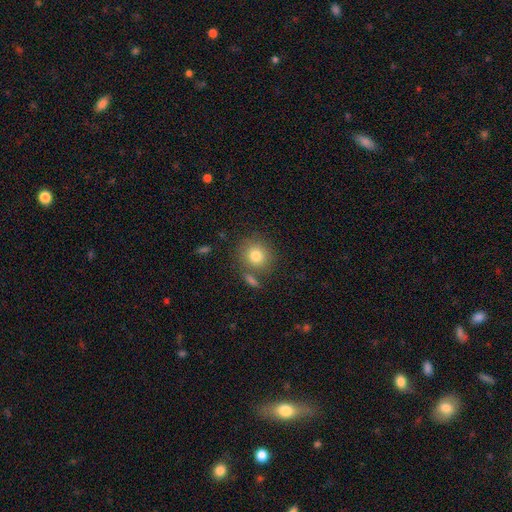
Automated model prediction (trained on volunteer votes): Q: Smooth or featured?
A: smooth (80%); runner-up: featured or disk (10%)
Q: How rounded?
A: round (85%); runner-up: in between (14%)
Q: Merging?
A: none (72%); runner-up: merger (13%)